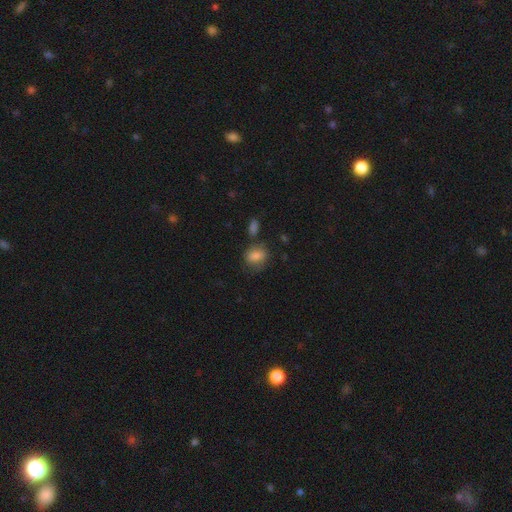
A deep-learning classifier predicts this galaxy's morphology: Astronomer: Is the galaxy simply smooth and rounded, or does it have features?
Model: smooth — 79%.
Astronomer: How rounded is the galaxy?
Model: in between — 60% (runner-up: round, 39%).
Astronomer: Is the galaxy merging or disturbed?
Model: none — 63%.